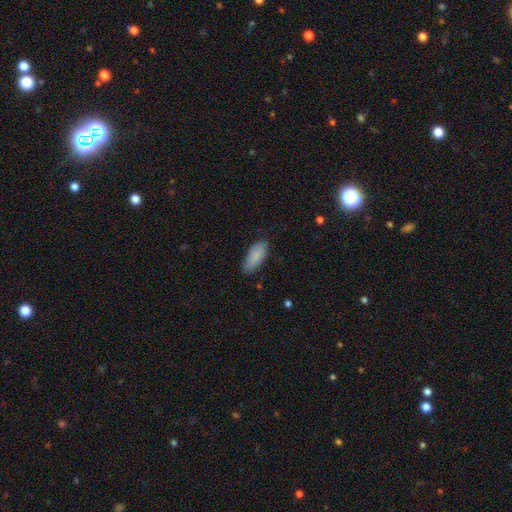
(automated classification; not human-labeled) Overall: smooth (84%). How rounded: in between (81%). Merging: none (80%).